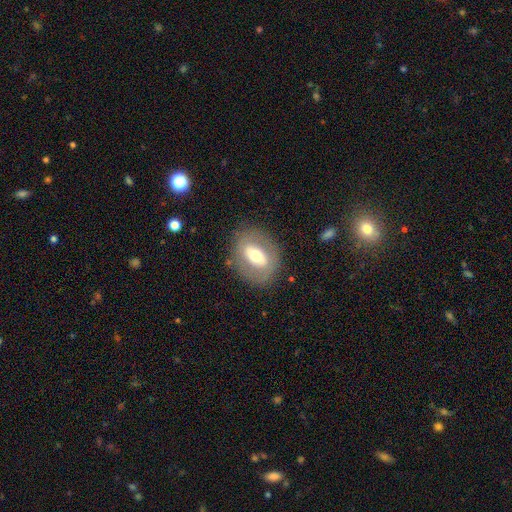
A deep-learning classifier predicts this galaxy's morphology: Q: Smooth or featured?
A: featured or disk (47%); runner-up: smooth (46%)
Q: Merging?
A: none (80%); runner-up: minor disturbance (12%)